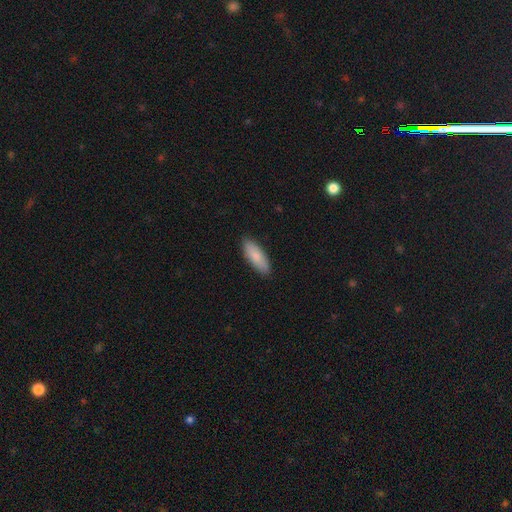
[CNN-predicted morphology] Smooth or featured? smooth (86%)
How rounded? in between (63%)
Merging? none (89%)